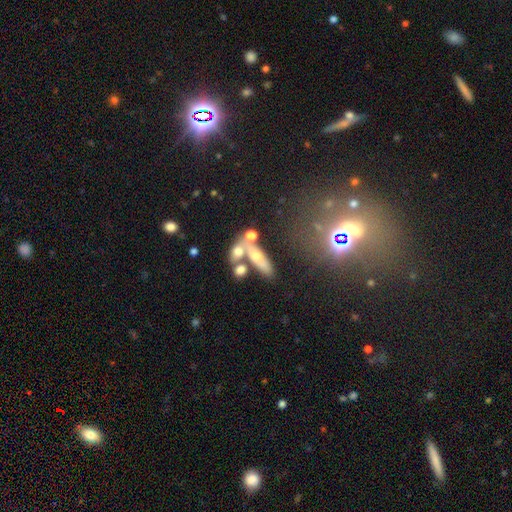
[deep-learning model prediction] This is possibly a smooth galaxy (48%). Merging: marginally none (41%).